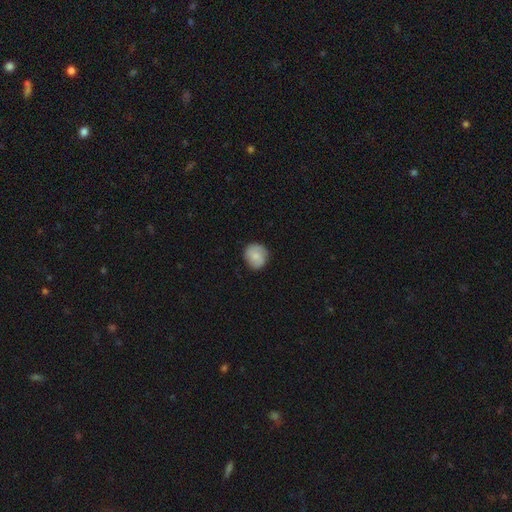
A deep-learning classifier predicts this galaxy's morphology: smooth_or_featured: smooth (p=0.68) [alt: featured or disk p=0.25]
how_rounded: round (p=0.85) [alt: in between p=0.14]
merging: none (p=0.81) [alt: minor disturbance p=0.15]